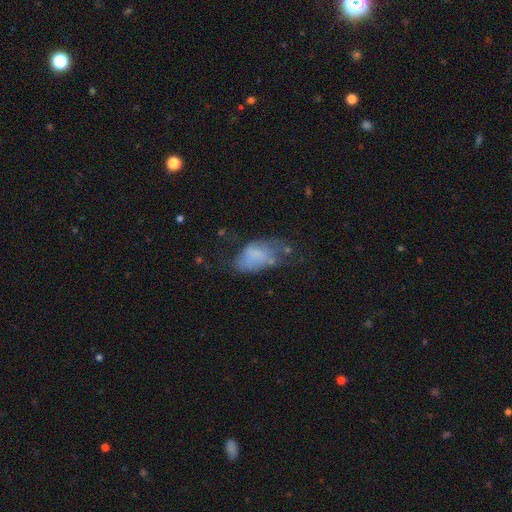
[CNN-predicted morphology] Smooth or featured? smooth (60%)
How rounded? in between (92%)
Merging? major disturbance (35%)